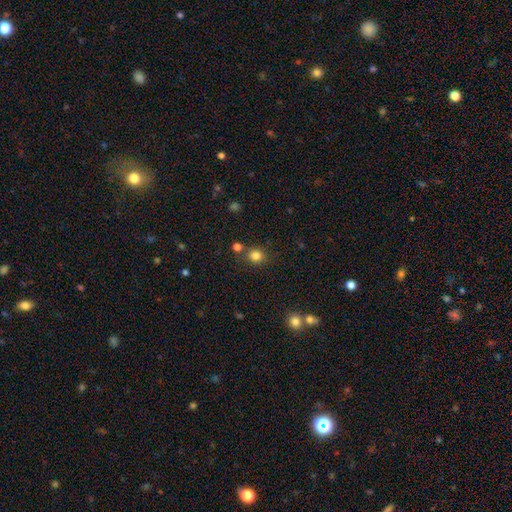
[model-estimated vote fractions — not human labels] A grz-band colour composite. It shows a smooth galaxy with no disk features (82%) that is round (82%). Merging: none (75%).